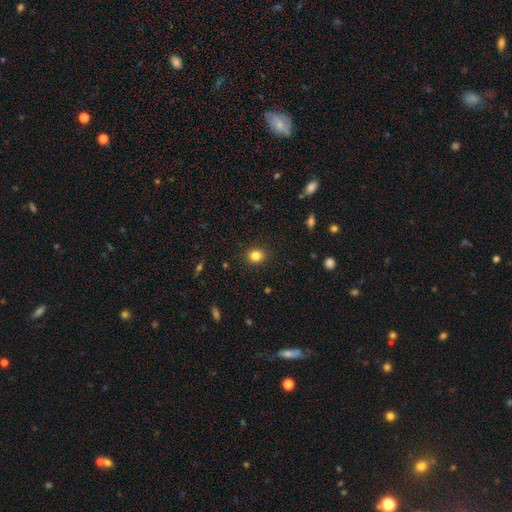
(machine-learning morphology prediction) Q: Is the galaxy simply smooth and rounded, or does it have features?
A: smooth — 84%.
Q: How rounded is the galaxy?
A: round — 63%.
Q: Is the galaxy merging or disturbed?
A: none — 90%.